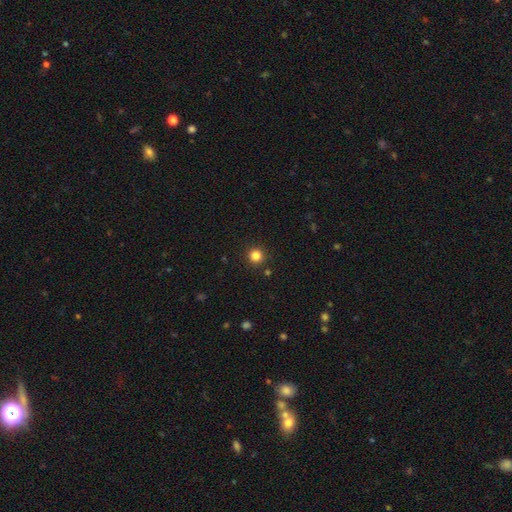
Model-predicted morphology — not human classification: Q: Smooth or featured?
A: smooth (83%); runner-up: star or artifact (13%)
Q: How rounded?
A: round (95%); runner-up: in between (4%)
Q: Merging?
A: none (91%); runner-up: minor disturbance (5%)